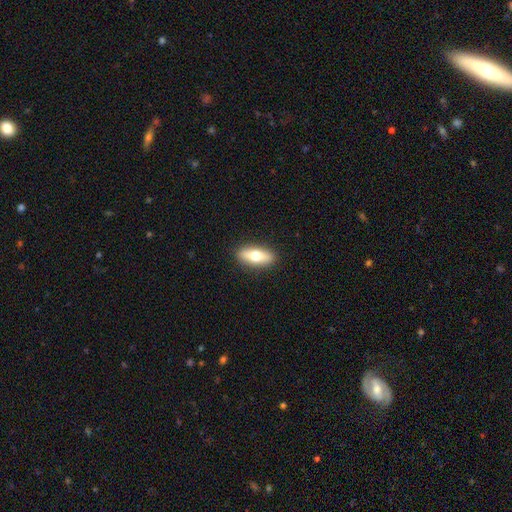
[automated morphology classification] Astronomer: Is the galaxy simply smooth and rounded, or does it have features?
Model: smooth — 63%.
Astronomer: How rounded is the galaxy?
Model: in between — 70%.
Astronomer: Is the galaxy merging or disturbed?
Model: none — 90%.